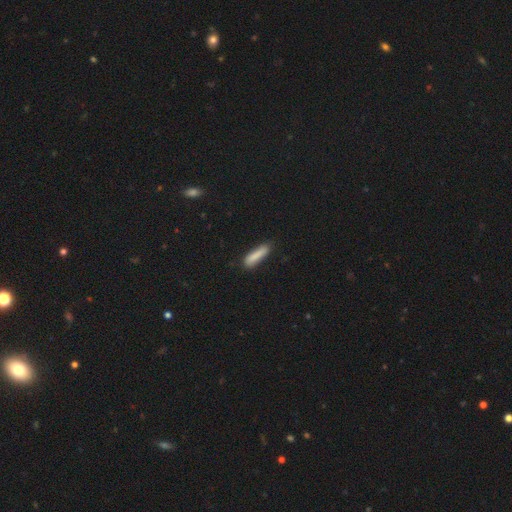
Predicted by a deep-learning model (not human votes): smooth 86%, featured or disk 8%, star or artifact 6%. Down the decision tree: how rounded — cigar-shaped (78%); merging — none (80%).